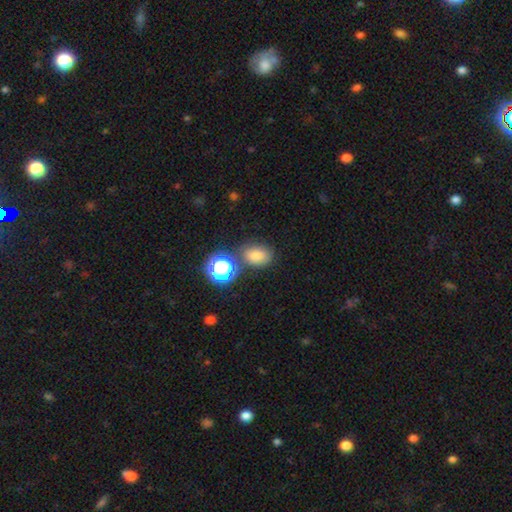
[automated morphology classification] smooth_or_featured: smooth (p=0.74) [alt: star or artifact p=0.17]
how_rounded: in between (p=0.66) [alt: round p=0.33]
merging: none (p=0.71) [alt: minor disturbance p=0.15]